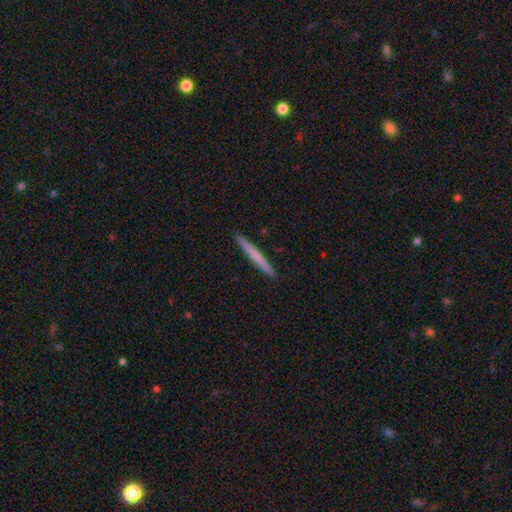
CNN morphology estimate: This appears to be a smooth galaxy with no disk features (63%) that is cigar-shaped (97%). Merging: none (93%).